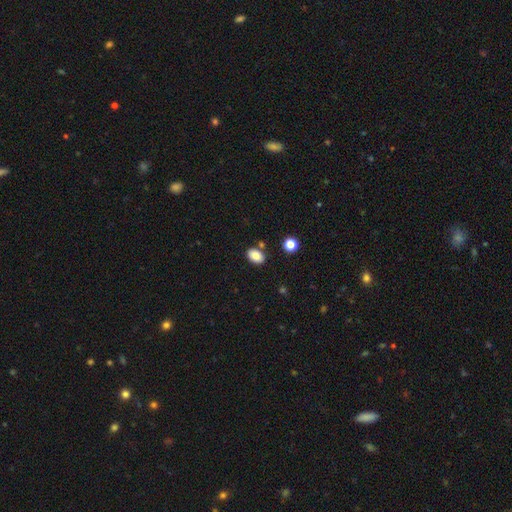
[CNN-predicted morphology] Q: Smooth or featured?
A: smooth (85%); runner-up: star or artifact (9%)
Q: How rounded?
A: in between (83%); runner-up: round (16%)
Q: Merging?
A: none (80%); runner-up: minor disturbance (11%)